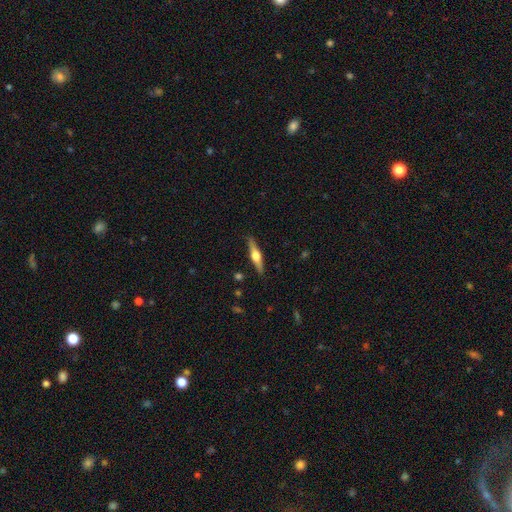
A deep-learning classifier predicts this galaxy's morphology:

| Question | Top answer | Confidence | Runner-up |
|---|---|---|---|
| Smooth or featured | featured or disk | 67% | smooth (28%) |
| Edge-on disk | yes | 97% | no (3%) |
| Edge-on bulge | rounded | 94% | boxy (4%) |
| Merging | none | 89% | minor disturbance (8%) |